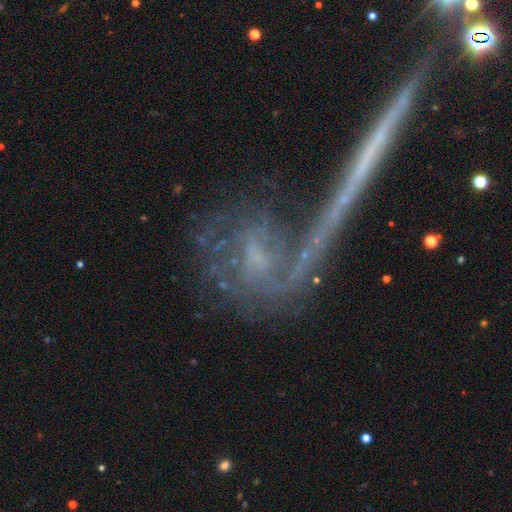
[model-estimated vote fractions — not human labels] This appears to be a featured or disk galaxy (71%) with no bar (54%), spiral arms (61%) and no central bulge (53%). Merging: none (46%).